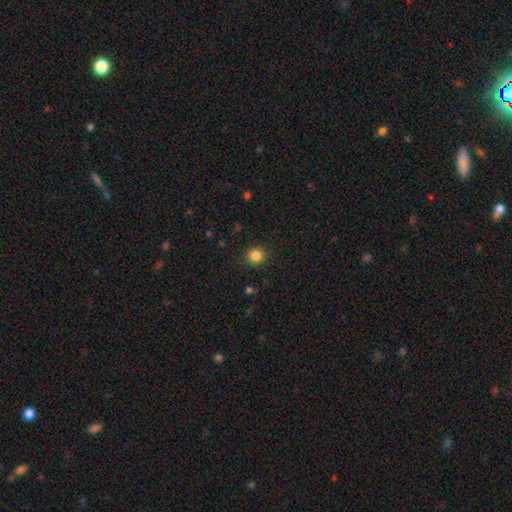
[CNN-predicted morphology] Smooth or featured: smooth — 84% (star or artifact — 12%)
How rounded: round — 91% (in between — 9%)
Merging: none — 89% (minor disturbance — 7%)